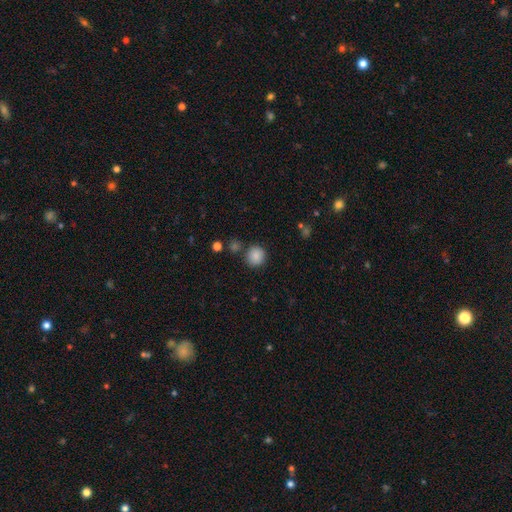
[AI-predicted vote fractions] Overall: smooth (86%). How rounded: round (89%). Merging: none (81%).